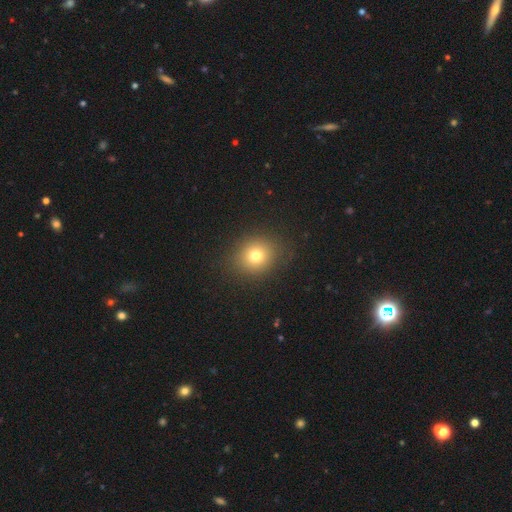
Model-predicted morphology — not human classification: smooth 76%, star or artifact 14%, featured or disk 9%. Down the decision tree: how rounded — round (77%); merging — none (87%).